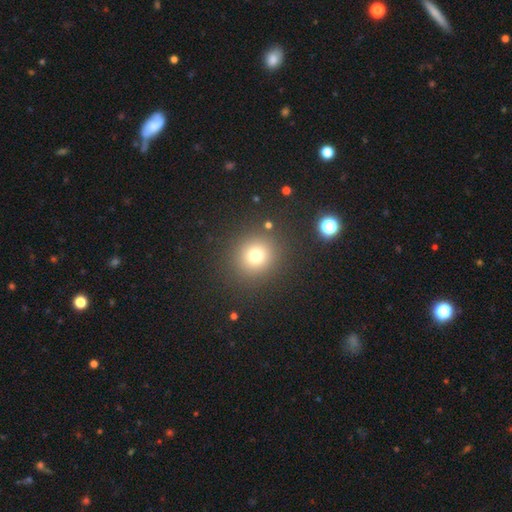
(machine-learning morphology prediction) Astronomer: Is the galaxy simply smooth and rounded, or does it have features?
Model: smooth — 74%.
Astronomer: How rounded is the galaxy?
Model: round — 89%.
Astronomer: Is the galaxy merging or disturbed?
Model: none — 87%.